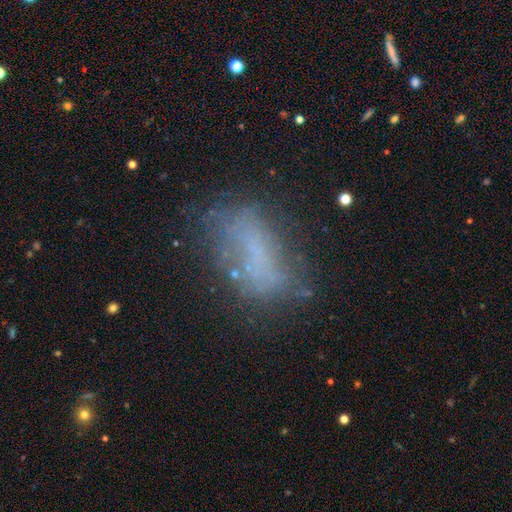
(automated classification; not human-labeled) Morphology: type=smooth (49%); merging=none (51%).